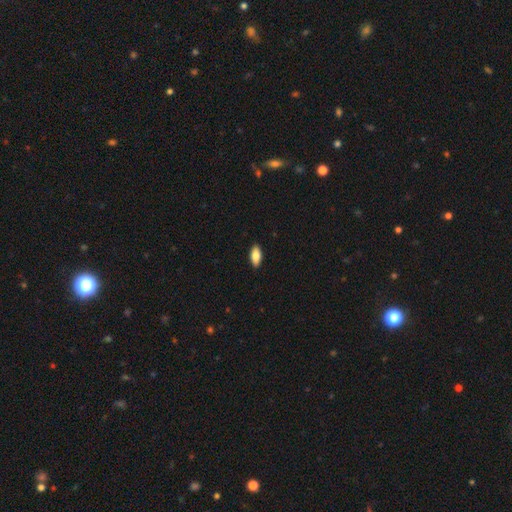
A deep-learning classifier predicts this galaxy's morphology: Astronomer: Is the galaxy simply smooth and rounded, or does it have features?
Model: smooth — 83%.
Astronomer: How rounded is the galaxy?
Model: in between — 88%.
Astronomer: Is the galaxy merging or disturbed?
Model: none — 90%.